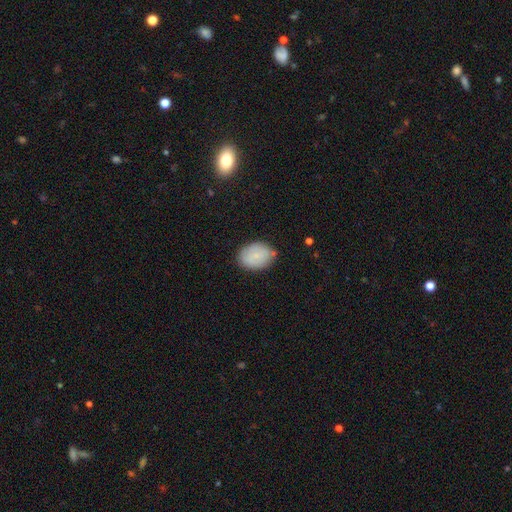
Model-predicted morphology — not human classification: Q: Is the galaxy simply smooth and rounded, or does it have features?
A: smooth — 80%.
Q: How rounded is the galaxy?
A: in between — 68%.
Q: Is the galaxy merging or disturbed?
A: none — 79%.